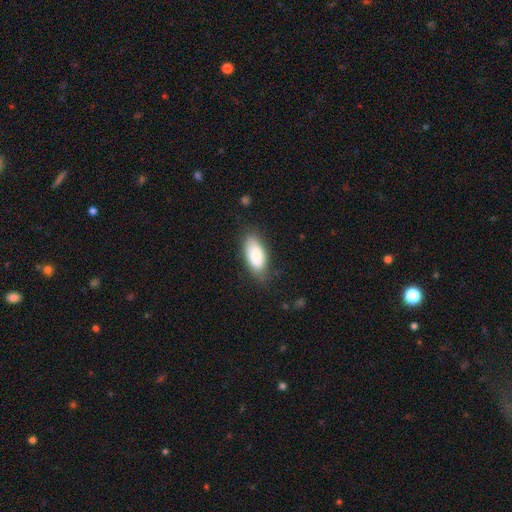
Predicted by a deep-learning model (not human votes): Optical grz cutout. It shows a smooth galaxy with no disk features (77%) that is in between round and cigar-shaped (90%). Merging: none (75%).